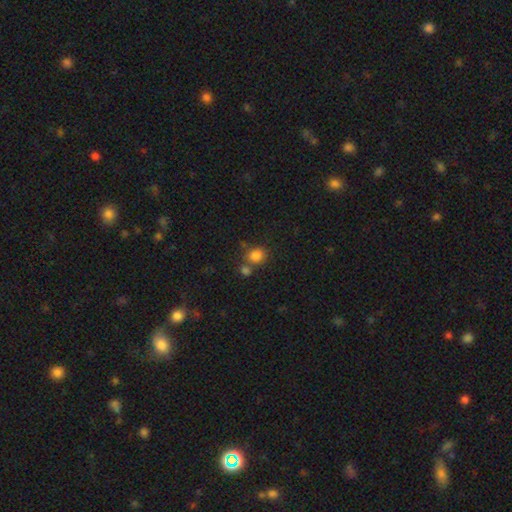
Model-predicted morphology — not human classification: Overall: smooth (83%). How rounded: round (73%). Merging: none (59%; merger 25%).